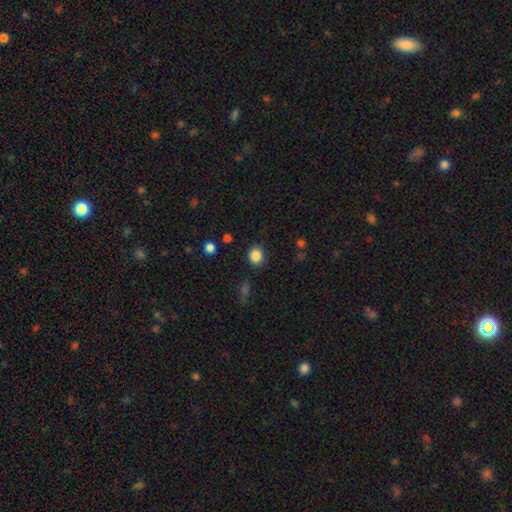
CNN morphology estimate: This is clearly a smooth galaxy (86%). How rounded: likely round (68%). Merging: clearly none (85%).